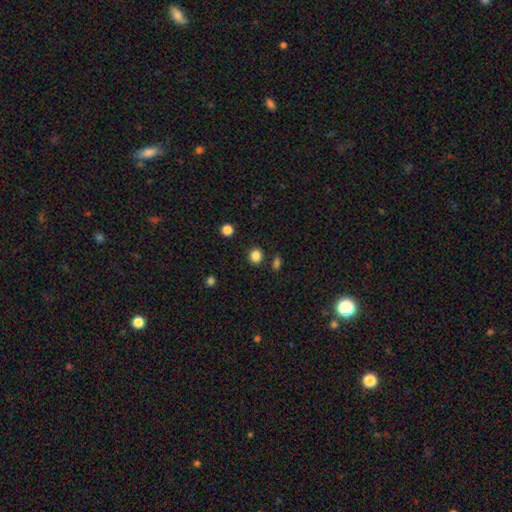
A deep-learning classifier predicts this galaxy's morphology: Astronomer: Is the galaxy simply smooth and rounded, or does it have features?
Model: smooth — 85%.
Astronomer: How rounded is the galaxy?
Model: round — 80%.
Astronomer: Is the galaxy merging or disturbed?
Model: none — 86%.